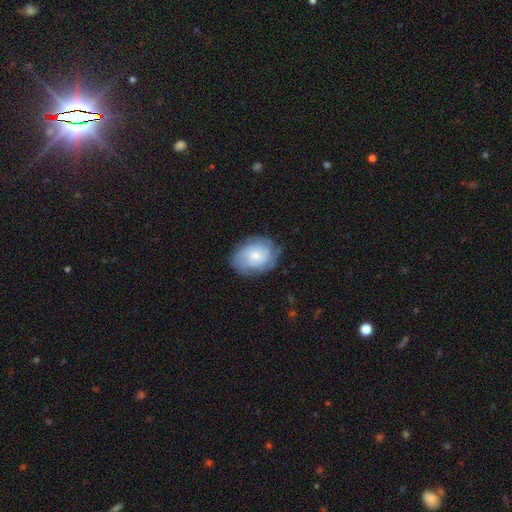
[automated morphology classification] Smooth or featured?
  - smooth: 52% *
  - featured or disk: 40%
  - star or artifact: 8%
How rounded?
  - in between: 60% *
  - round: 39%
  - cigar-shaped: 1%
Merging?
  - none: 72% *
  - minor disturbance: 20%
  - major disturbance: 7%
  - merger: 1%